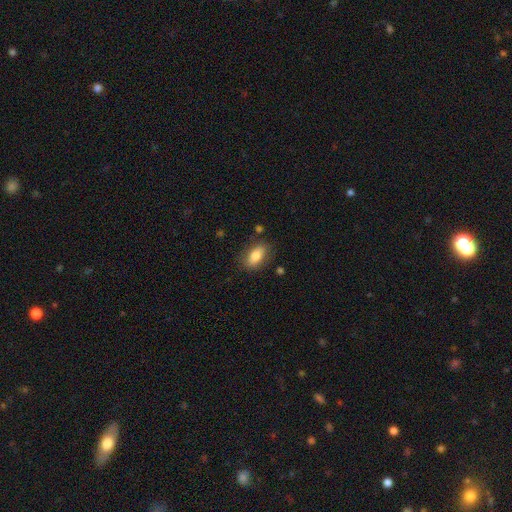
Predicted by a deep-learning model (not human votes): Q: Smooth or featured?
A: smooth (81%); runner-up: featured or disk (12%)
Q: How rounded?
A: in between (87%); runner-up: cigar-shaped (8%)
Q: Merging?
A: none (81%); runner-up: minor disturbance (13%)